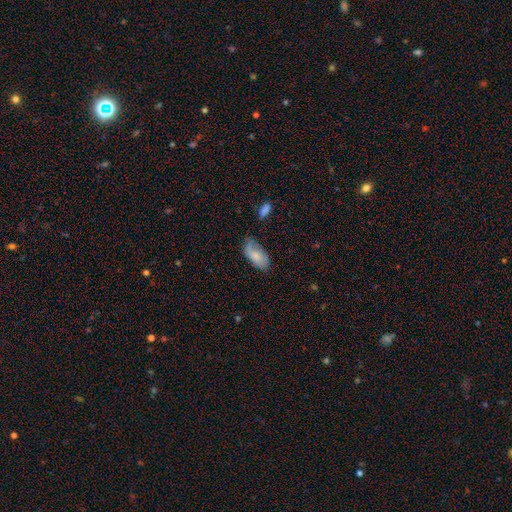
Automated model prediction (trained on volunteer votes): The model was most divided on "merging": none: 56%, minor disturbance: 31%, major disturbance: 10%, merger: 3%. More confident: how rounded — in between (92%); smooth or featured — smooth (72%).